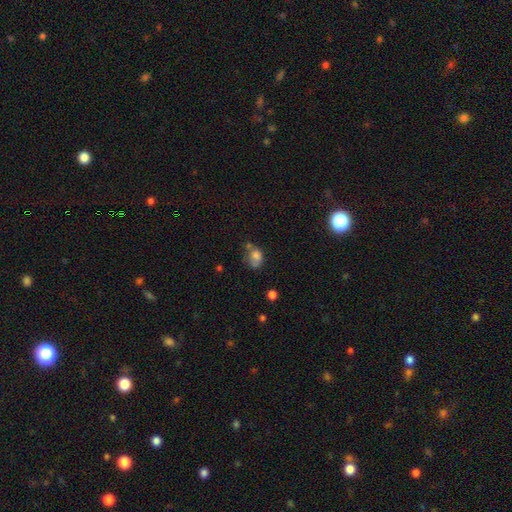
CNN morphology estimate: A smooth galaxy with no disk features (71%) that is in between round and cigar-shaped (63%). Merging: none (32%).